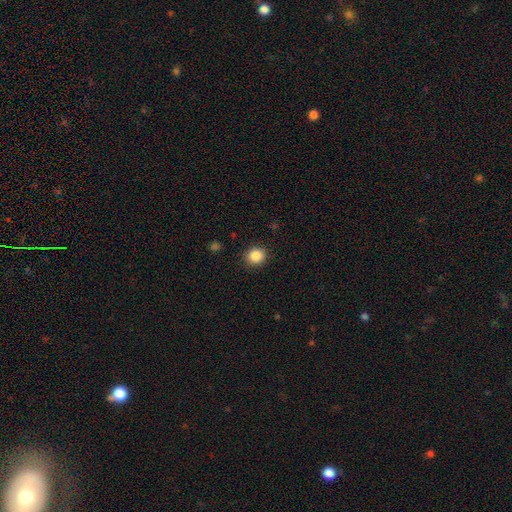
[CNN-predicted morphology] smooth-or-featured: smooth: 87% | star or artifact: 10% | featured or disk: 3%
  how-rounded: round: 87% | in between: 12% | cigar-shaped: 1%
  merging: none: 90% | minor disturbance: 7% | major disturbance: 2% | merger: 1%